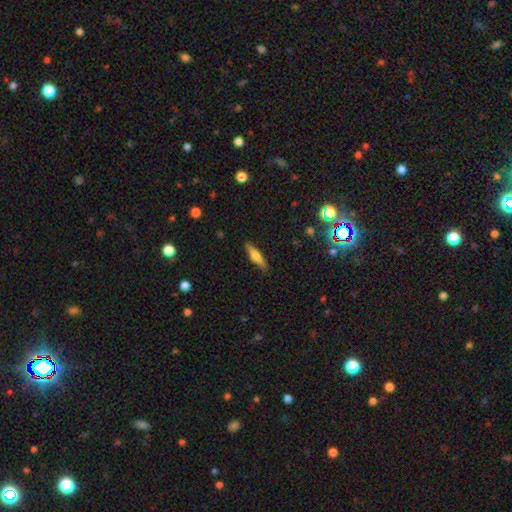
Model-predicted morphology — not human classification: smooth_or_featured: smooth (p=0.55) [alt: featured or disk p=0.38]
how_rounded: cigar-shaped (p=0.80) [alt: in between p=0.18]
merging: none (p=0.88) [alt: minor disturbance p=0.09]